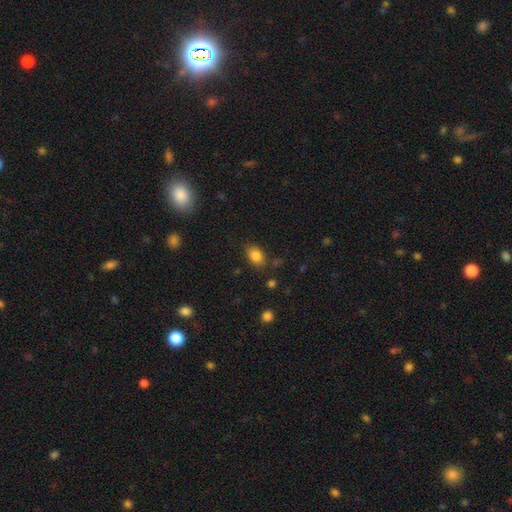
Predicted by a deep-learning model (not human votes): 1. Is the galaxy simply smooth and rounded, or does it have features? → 84% smooth, 10% star or artifact, 6% featured or disk.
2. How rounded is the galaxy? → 73% in between, 26% round, 1% cigar-shaped.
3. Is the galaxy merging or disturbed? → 78% none, 15% minor disturbance, 4% major disturbance, 3% merger.